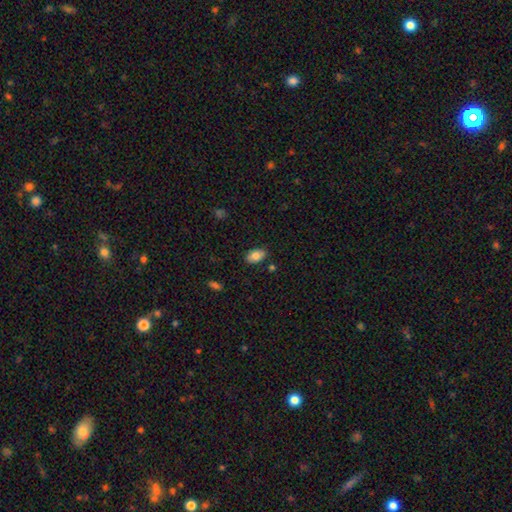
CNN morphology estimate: smooth 81%, featured or disk 12%, star or artifact 7%. Down the decision tree: how rounded — in between (93%); merging — none (85%).